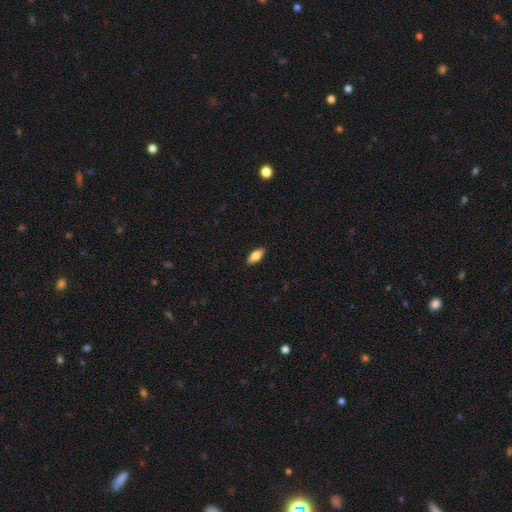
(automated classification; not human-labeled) Q: Smooth or featured?
A: smooth (76%); runner-up: featured or disk (17%)
Q: How rounded?
A: in between (84%); runner-up: cigar-shaped (13%)
Q: Merging?
A: none (90%); runner-up: minor disturbance (8%)